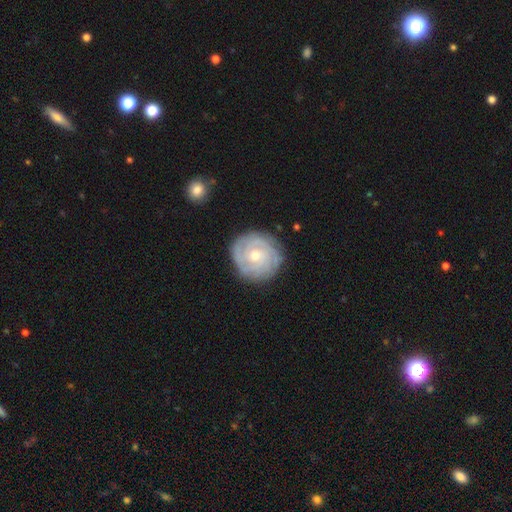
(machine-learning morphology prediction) Smooth or featured?
  - featured or disk: 79% *
  - smooth: 15%
  - star or artifact: 6%
Edge-on disk?
  - no: 98% *
  - yes: 2%
Bar?
  - no: 76% *
  - weak: 20%
  - strong: 4%
Spiral arms?
  - yes: 93% *
  - no: 7%
Spiral winding?
  - tight: 81% *
  - medium: 16%
  - loose: 4%
Spiral arm count?
  - can't tell: 37% *
  - 3: 21%
  - 4: 14%
  - 2: 14%
  - more than 4: 7%
  - 1: 6%
Bulge size?
  - moderate: 50% *
  - small: 46%
  - large: 2%
  - none: 1%
  - dominant: 1%
Merging?
  - none: 84% *
  - minor disturbance: 12%
  - major disturbance: 3%
  - merger: 1%